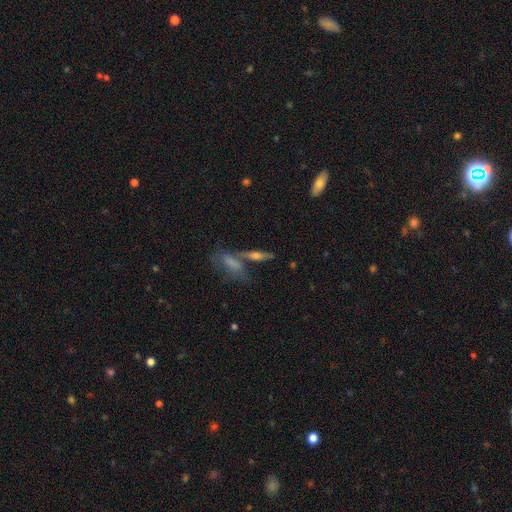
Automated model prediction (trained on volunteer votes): This is possibly a featured or disk galaxy (47%). Merging: possibly none (55%).